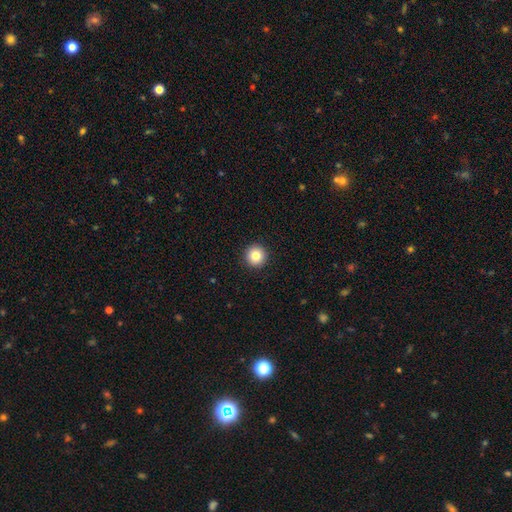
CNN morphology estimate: smooth_or_featured: smooth (p=0.83) [alt: star or artifact p=0.10]
how_rounded: round (p=0.96) [alt: in between p=0.03]
merging: none (p=0.93) [alt: minor disturbance p=0.04]